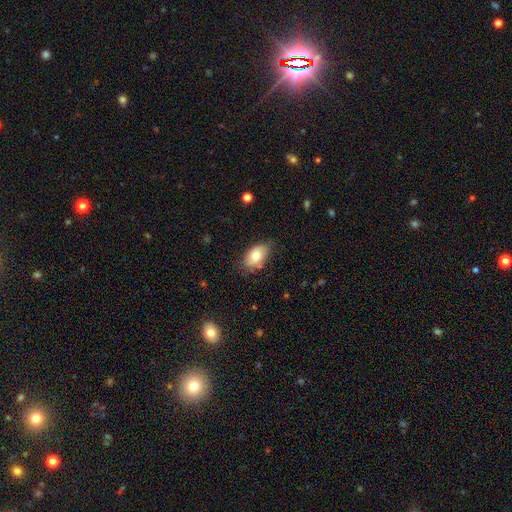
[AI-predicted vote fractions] This is likely a smooth galaxy (77%). How rounded: clearly in between (92%). Merging: likely none (71%).